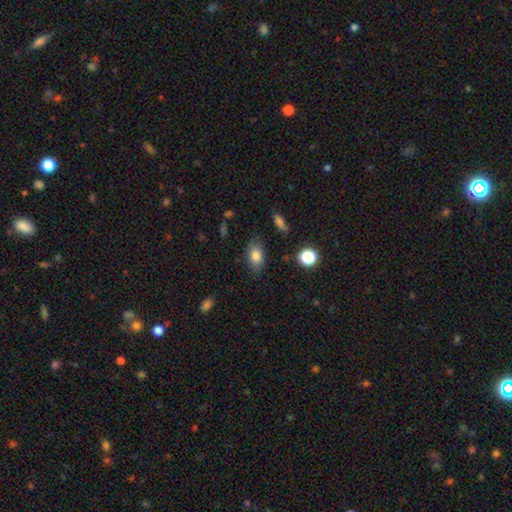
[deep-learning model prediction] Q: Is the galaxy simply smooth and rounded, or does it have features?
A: smooth — 81%.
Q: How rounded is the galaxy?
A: in between — 85%.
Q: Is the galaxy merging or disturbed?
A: none — 81%.